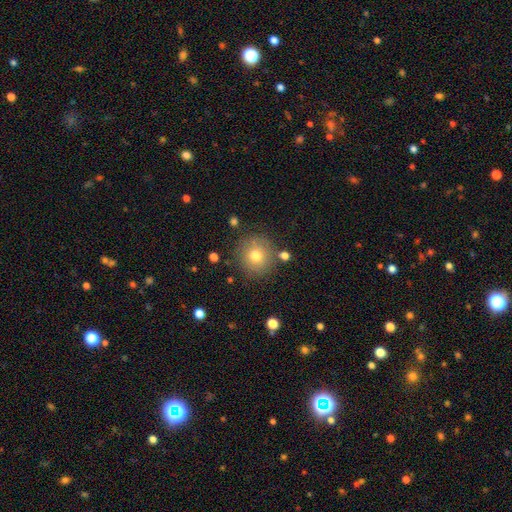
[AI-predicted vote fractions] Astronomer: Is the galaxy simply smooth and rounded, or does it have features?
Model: smooth — 73%.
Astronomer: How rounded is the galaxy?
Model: round — 92%.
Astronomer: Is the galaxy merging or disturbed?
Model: none — 81%.